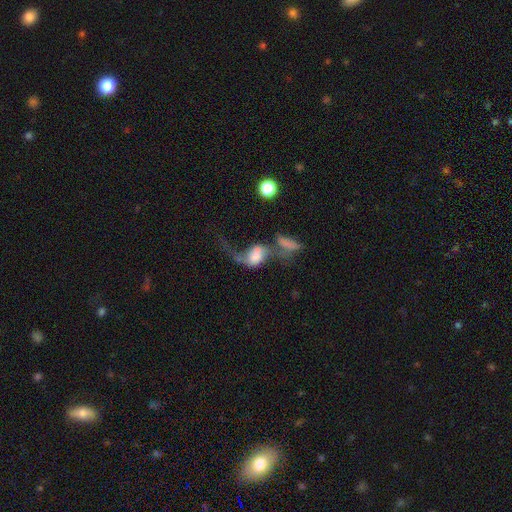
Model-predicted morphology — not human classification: The model was most divided on "smooth or featured" (2-way tie): smooth: 45%, featured or disk: 45%, star or artifact: 10%. Remaining: merging — merger (48%).